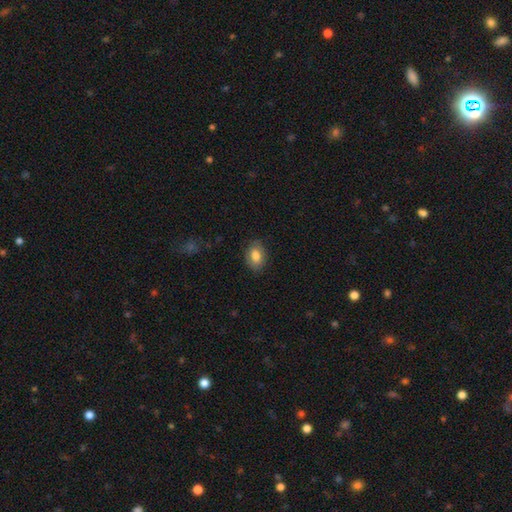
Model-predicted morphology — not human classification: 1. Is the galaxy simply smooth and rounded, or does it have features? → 83% smooth, 10% featured or disk, 8% star or artifact.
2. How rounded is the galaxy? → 81% in between, 17% round, 1% cigar-shaped.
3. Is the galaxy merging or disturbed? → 82% none, 14% minor disturbance, 3% major disturbance, 1% merger.